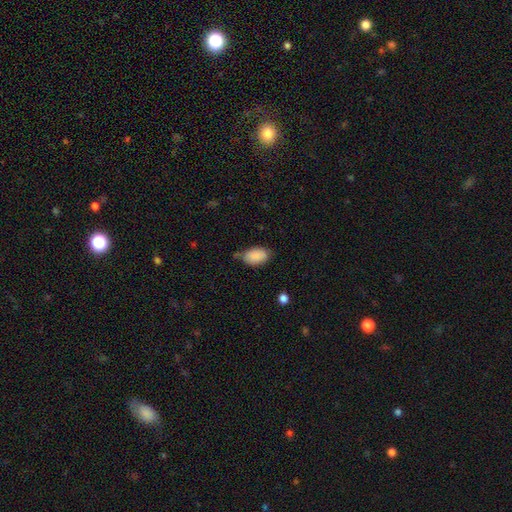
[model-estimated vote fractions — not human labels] Q: Smooth or featured?
A: smooth (89%); runner-up: star or artifact (7%)
Q: How rounded?
A: in between (92%); runner-up: round (6%)
Q: Merging?
A: none (69%); runner-up: minor disturbance (22%)